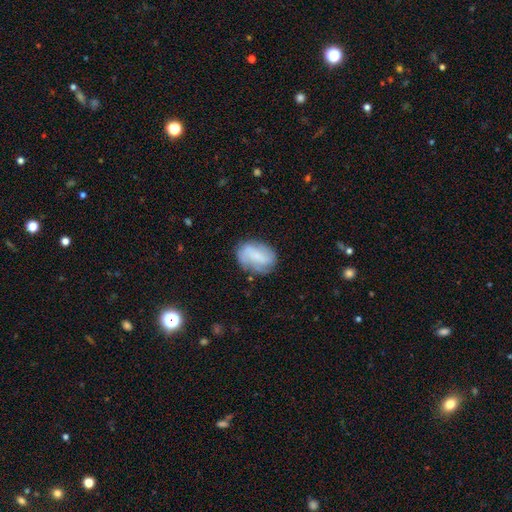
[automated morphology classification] This is possibly a smooth galaxy (54%). How rounded: likely in between (77%). Merging: likely none (63%).